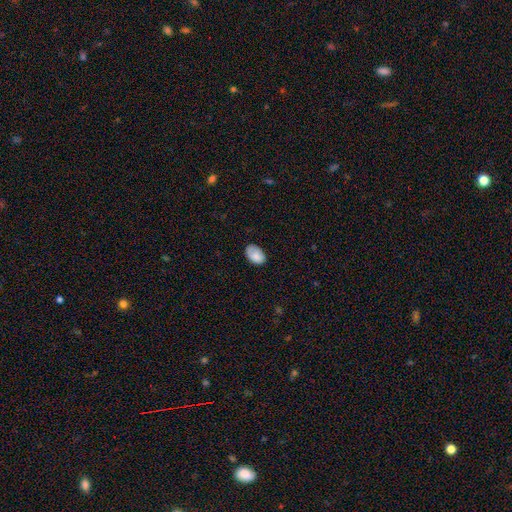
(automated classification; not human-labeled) A smooth galaxy with no disk features (84%) that is in between round and cigar-shaped (89%). Merging: none (69%).